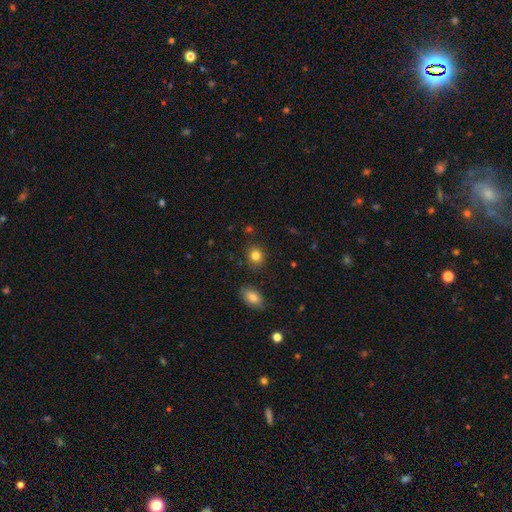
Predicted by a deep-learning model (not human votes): smooth 83%, star or artifact 11%, featured or disk 6%. Down the decision tree: how rounded — round (76%); merging — none (88%).